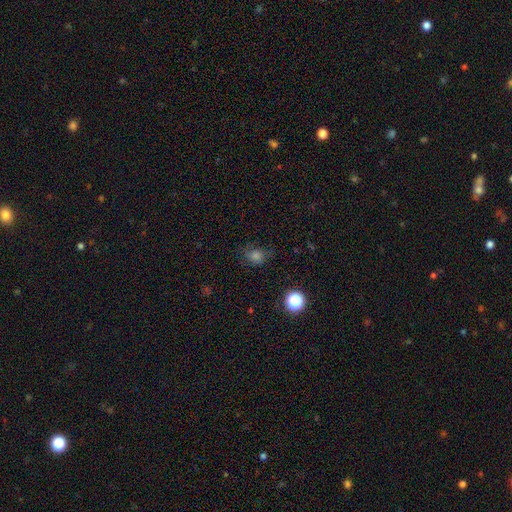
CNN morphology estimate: A smooth galaxy with no disk features (69%) that is round (68%). Merging: none (67%).